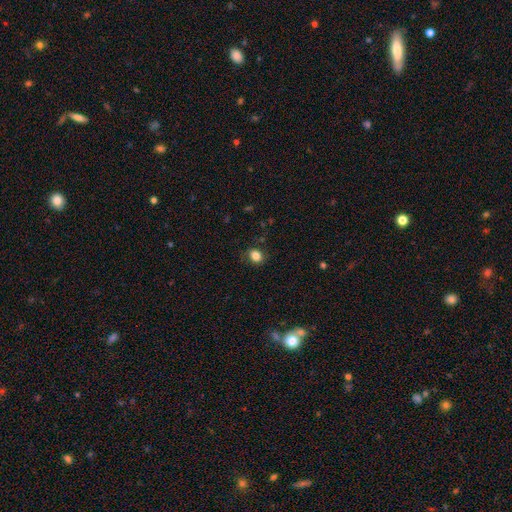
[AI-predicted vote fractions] smooth_or_featured: smooth (p=0.84) [alt: star or artifact p=0.11]
how_rounded: round (p=0.60) [alt: in between p=0.39]
merging: none (p=0.82) [alt: minor disturbance p=0.13]